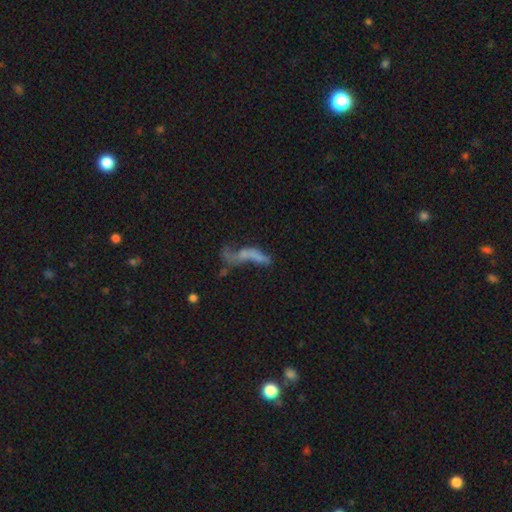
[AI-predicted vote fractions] A featured or disk galaxy (46%).

Vote fractions:
- Smooth or featured? featured or disk: 46% / smooth: 36% / star or artifact: 18%
- Merging? major disturbance: 36% / merger: 29% / none: 22% / minor disturbance: 13%